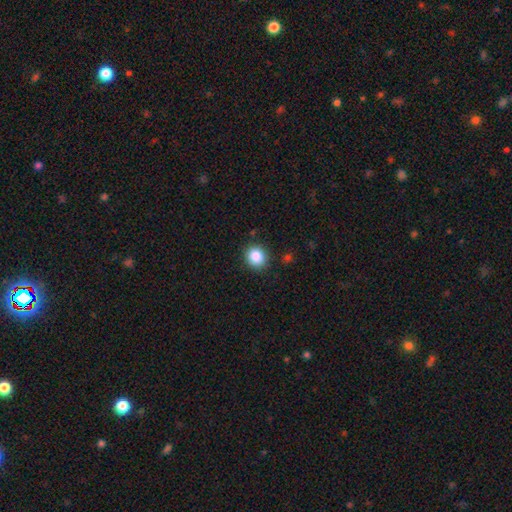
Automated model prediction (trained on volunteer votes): smooth_or_featured: smooth (p=0.86) [alt: star or artifact p=0.09]
how_rounded: round (p=0.83) [alt: in between p=0.16]
merging: none (p=0.88) [alt: minor disturbance p=0.08]